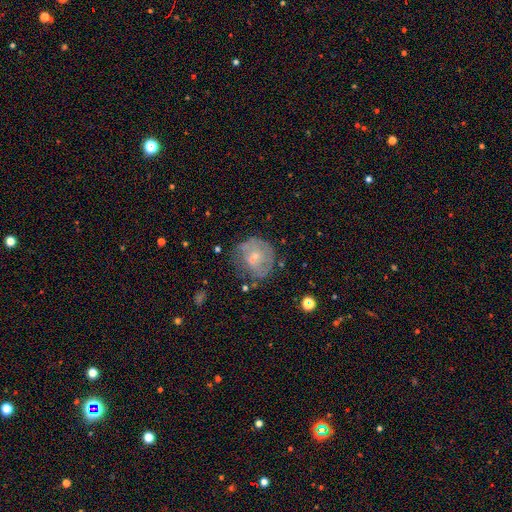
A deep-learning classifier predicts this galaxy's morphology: A featured or disk galaxy (51%).

Vote fractions:
- Smooth or featured? featured or disk: 51% / smooth: 39% / star or artifact: 11%
- Edge-on disk? no: 96% / yes: 4%
- Merging? none: 59% / minor disturbance: 23% / major disturbance: 13% / merger: 5%